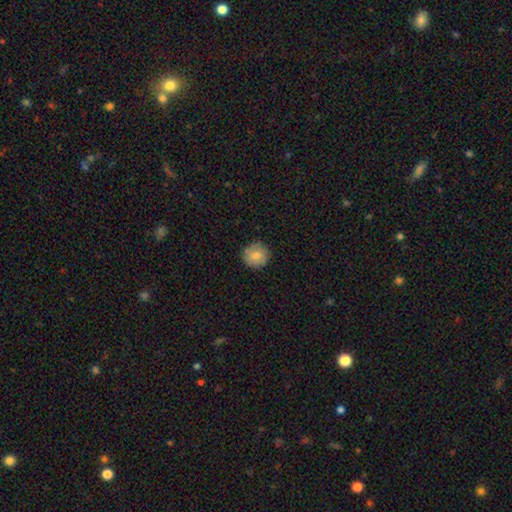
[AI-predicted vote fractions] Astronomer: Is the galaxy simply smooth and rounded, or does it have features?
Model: smooth — 79%.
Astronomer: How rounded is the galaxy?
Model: round — 92%.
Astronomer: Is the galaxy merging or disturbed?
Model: none — 86%.